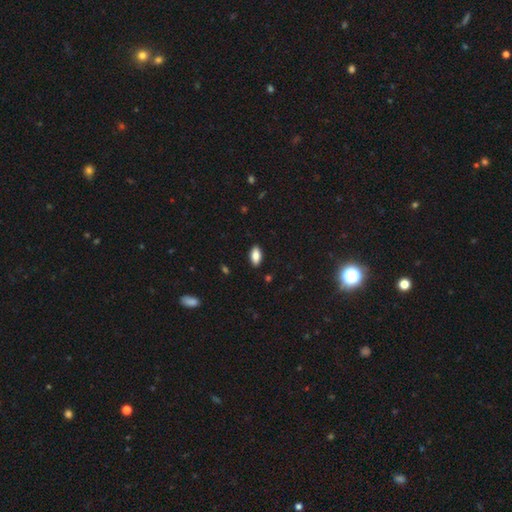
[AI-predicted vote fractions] smooth-or-featured: smooth: 84% | featured or disk: 9% | star or artifact: 7%
  how-rounded: in between: 90% | cigar-shaped: 7% | round: 2%
  merging: none: 89% | minor disturbance: 8% | major disturbance: 2% | merger: 1%